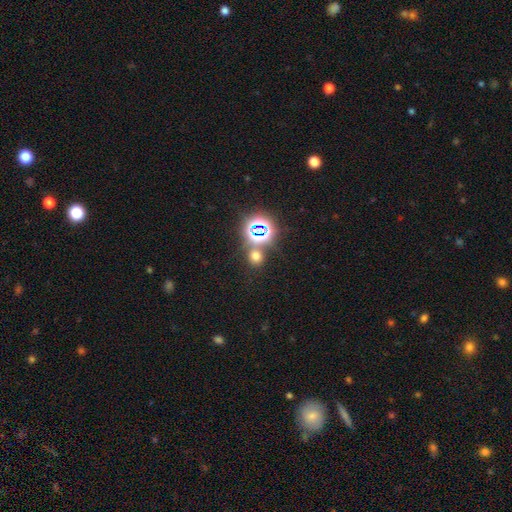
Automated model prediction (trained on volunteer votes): Smooth or featured? smooth (58%)
How rounded? round (80%)
Merging? none (74%)